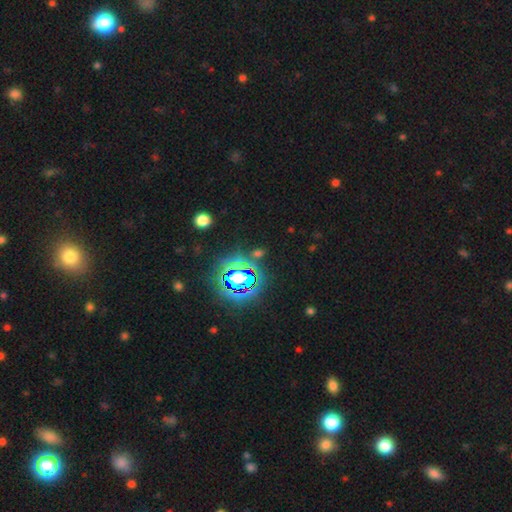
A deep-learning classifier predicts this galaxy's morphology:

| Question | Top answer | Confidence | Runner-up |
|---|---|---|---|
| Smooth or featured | star or artifact | 74% | smooth (17%) |